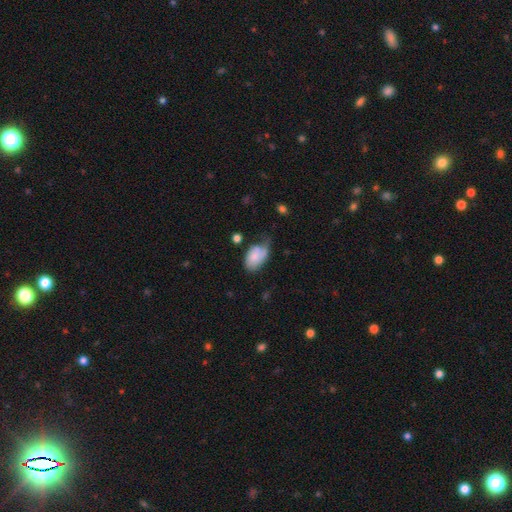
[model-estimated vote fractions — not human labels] This appears to be a smooth galaxy with no disk features (73%) that is in between round and cigar-shaped (90%). Merging: minor disturbance (39%).